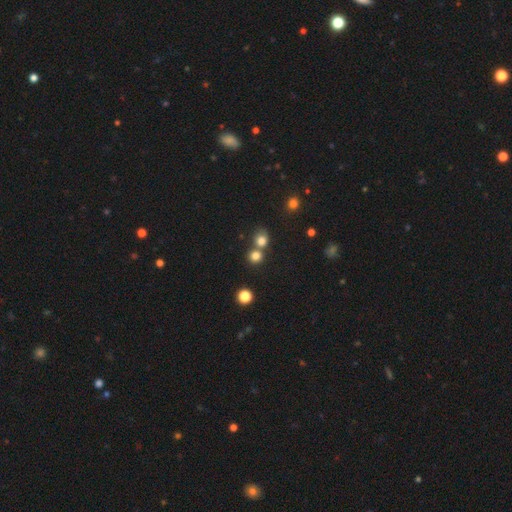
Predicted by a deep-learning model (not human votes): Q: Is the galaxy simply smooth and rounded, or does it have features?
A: smooth — 79%.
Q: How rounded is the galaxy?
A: round — 87%.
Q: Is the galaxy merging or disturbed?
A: none — 57%.